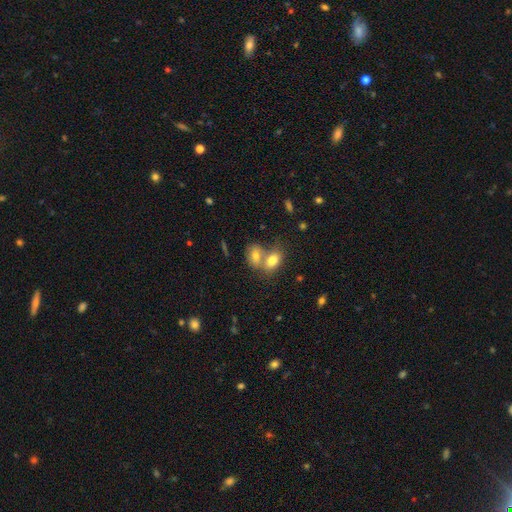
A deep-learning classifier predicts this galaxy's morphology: Smooth or featured?
  - smooth: 74% *
  - featured or disk: 16%
  - star or artifact: 10%
How rounded?
  - in between: 79% *
  - round: 19%
  - cigar-shaped: 2%
Merging?
  - merger: 60% *
  - none: 29%
  - minor disturbance: 7%
  - major disturbance: 3%